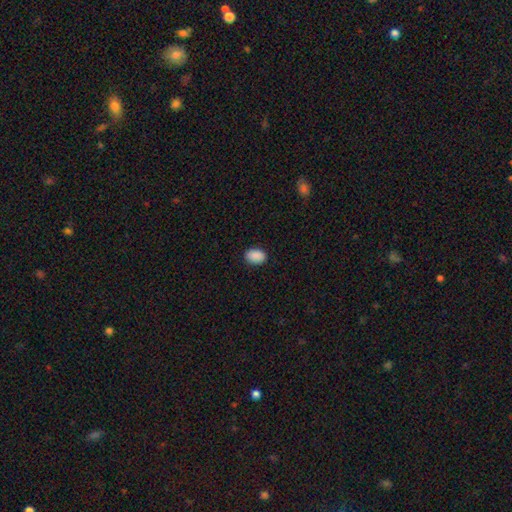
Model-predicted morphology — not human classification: Overall: smooth (90%). How rounded: in between (81%). Merging: none (89%).